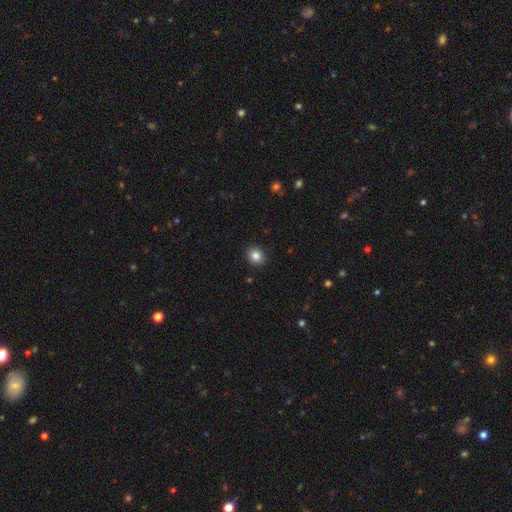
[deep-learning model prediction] The model was most divided on "how rounded": round: 78%, in between: 21%, cigar-shaped: 1%. More confident: merging — none (91%); smooth or featured — smooth (84%).